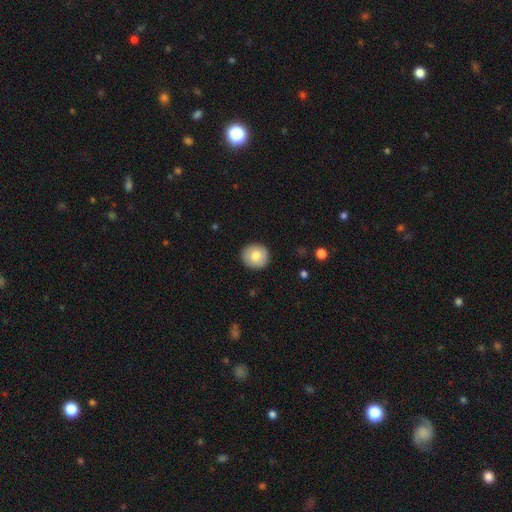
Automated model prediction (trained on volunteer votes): Smooth or featured: smooth — 78% (featured or disk — 14%)
How rounded: round — 89% (in between — 10%)
Merging: none — 90% (minor disturbance — 7%)